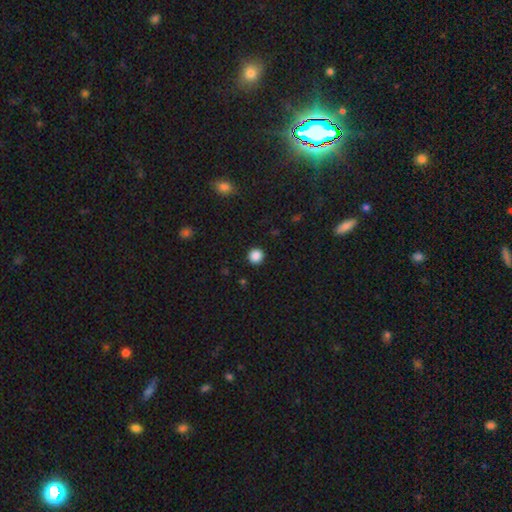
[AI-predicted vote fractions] This is clearly a smooth galaxy (87%). How rounded: clearly round (94%). Merging: clearly none (92%).